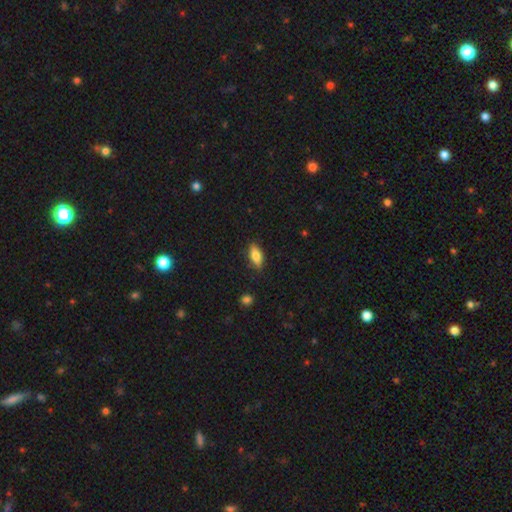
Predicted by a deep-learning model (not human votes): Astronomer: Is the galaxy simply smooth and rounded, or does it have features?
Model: smooth — 72%.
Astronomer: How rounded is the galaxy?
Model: in between — 73%.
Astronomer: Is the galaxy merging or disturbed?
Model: none — 84%.